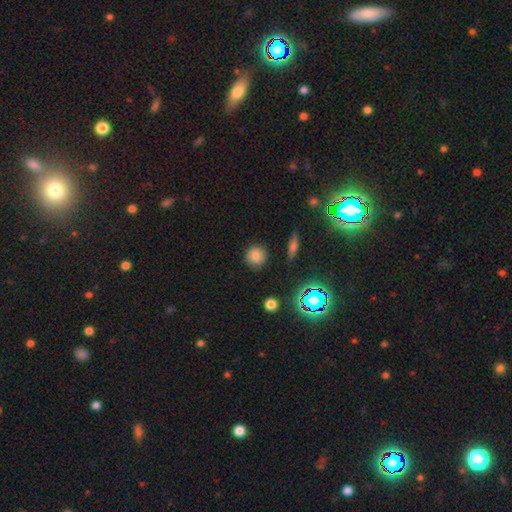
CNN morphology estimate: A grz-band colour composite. It shows a smooth galaxy with no disk features (78%) that is round (90%). Merging: none (85%).